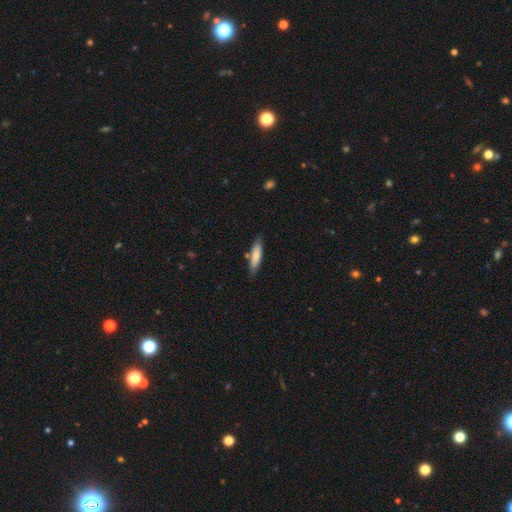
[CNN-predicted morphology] smooth 77%, featured or disk 17%, star or artifact 6%. Down the decision tree: how rounded — cigar-shaped (69%); merging — none (79%).